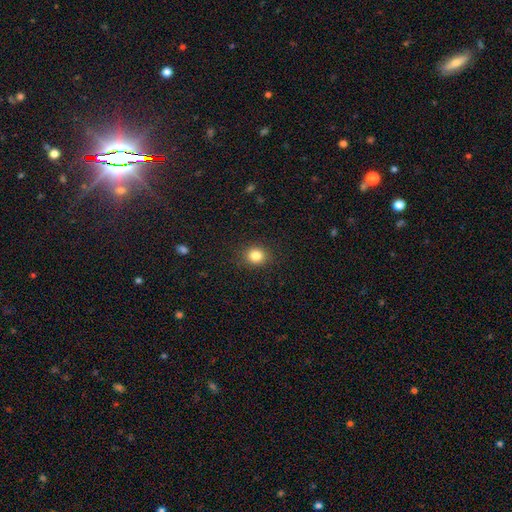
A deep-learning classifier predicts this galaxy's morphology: This is clearly a smooth galaxy (84%). How rounded: clearly round (82%). Merging: clearly none (89%).